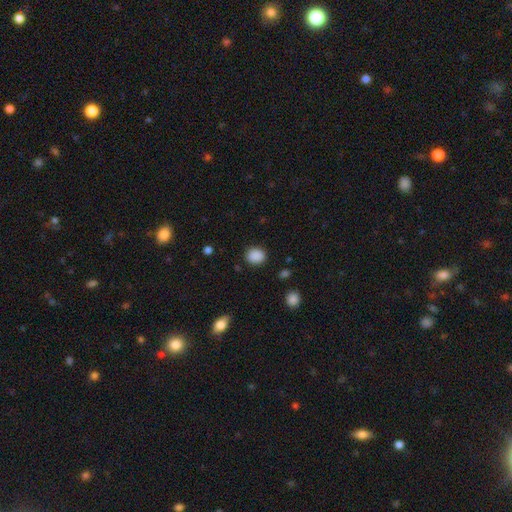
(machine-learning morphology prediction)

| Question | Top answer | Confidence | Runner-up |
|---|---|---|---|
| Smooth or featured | smooth | 88% | star or artifact (9%) |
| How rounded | round | 64% | in between (35%) |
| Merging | none | 87% | minor disturbance (9%) |